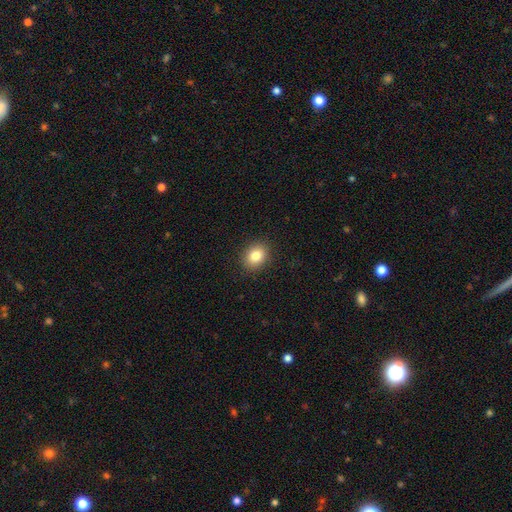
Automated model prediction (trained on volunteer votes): This is clearly a smooth galaxy (82%). How rounded: possibly round (51%). Merging: clearly none (90%).